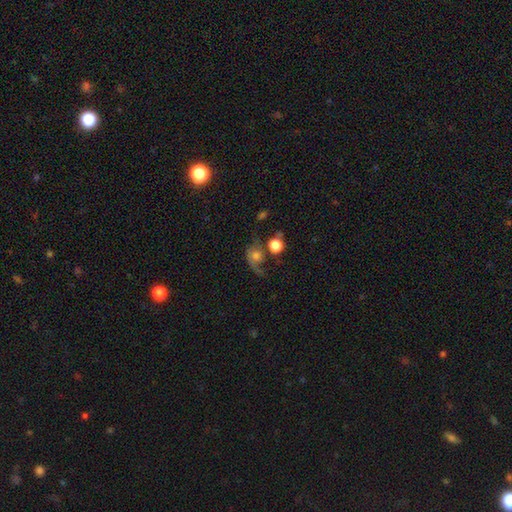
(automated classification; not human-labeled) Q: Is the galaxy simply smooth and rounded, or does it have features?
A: smooth — 49%.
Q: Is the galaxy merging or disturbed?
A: none — 34%.